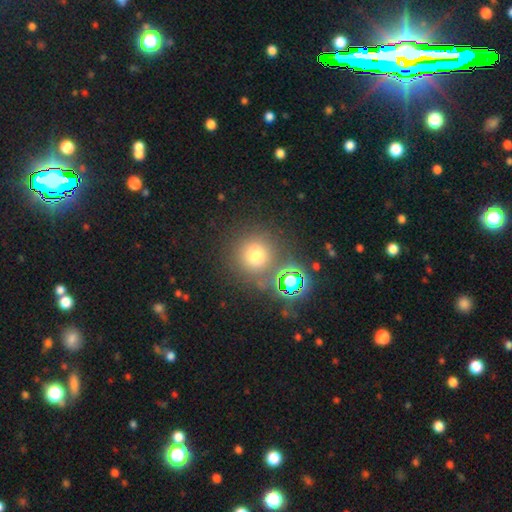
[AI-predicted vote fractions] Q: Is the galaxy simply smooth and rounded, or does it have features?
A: smooth — 68%.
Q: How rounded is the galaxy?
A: round — 93%.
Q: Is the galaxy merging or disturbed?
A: none — 79%.